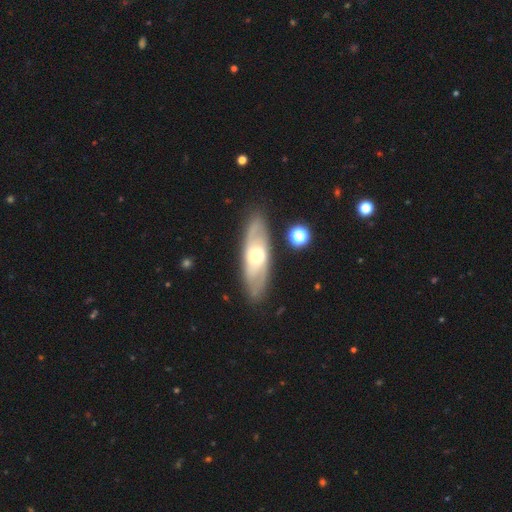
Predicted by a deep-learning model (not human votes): Morphology: type=featured or disk (64%); edge-on=no (76%); merging=none (84%).